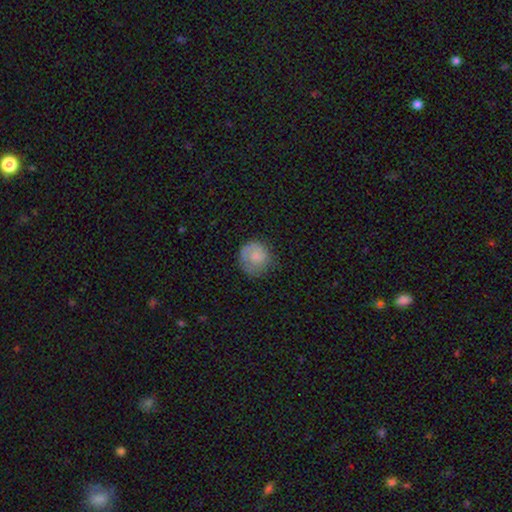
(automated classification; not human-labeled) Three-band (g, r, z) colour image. It shows a smooth galaxy with no disk features (73%) that is round (90%). Merging: none (65%).